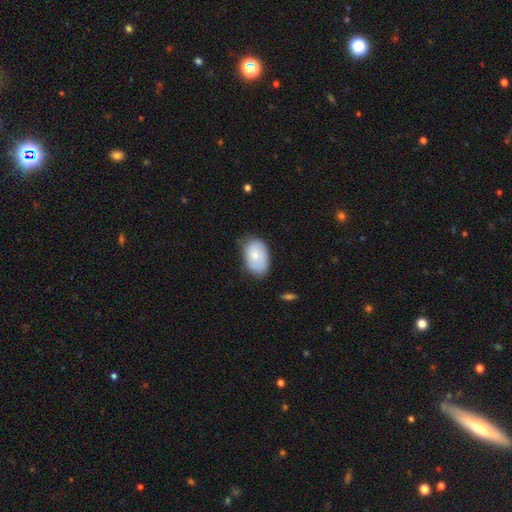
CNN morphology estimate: smooth_or_featured: smooth (p=0.72) [alt: featured or disk p=0.22]
how_rounded: in between (p=0.88) [alt: round p=0.11]
merging: none (p=0.66) [alt: minor disturbance p=0.27]